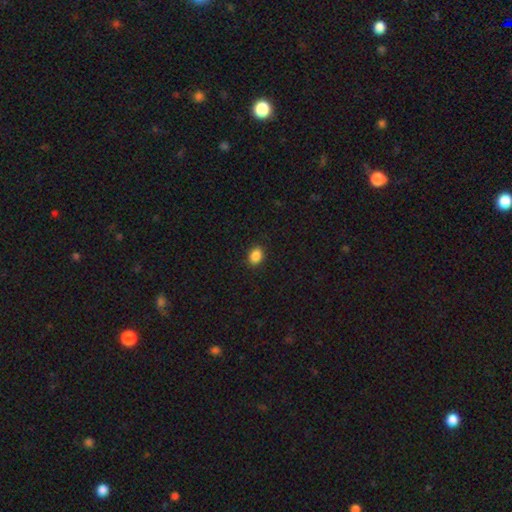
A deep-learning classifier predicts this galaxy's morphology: Smooth or featured: smooth — 88% (star or artifact — 9%)
How rounded: in between — 74% (round — 25%)
Merging: none — 89% (minor disturbance — 8%)